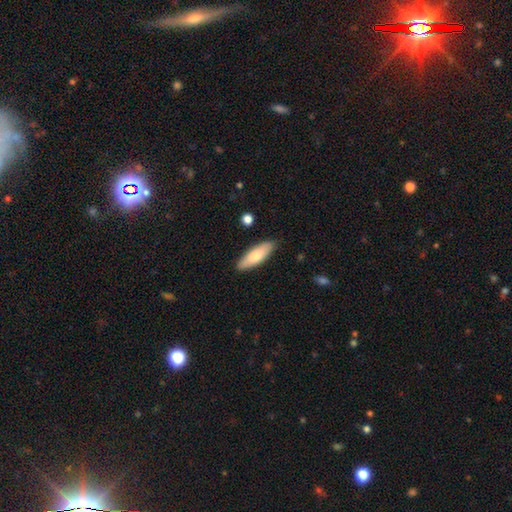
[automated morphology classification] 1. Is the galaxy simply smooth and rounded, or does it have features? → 75% smooth, 20% featured or disk, 6% star or artifact.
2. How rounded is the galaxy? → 56% in between, 42% cigar-shaped, 2% round.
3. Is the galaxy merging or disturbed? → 88% none, 9% minor disturbance, 2% major disturbance, 1% merger.